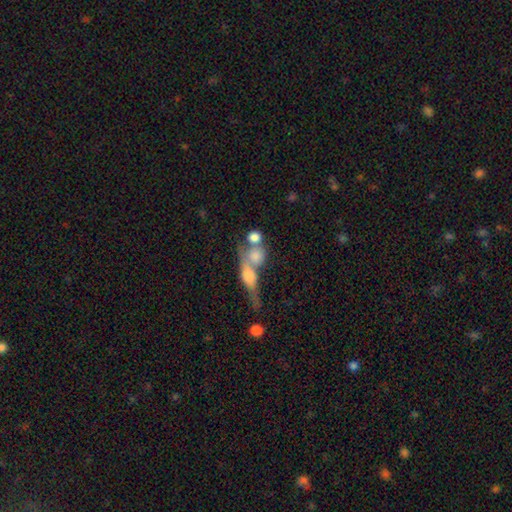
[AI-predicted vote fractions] smooth 70%, featured or disk 20%, star or artifact 10%. Down the decision tree: how rounded — round (63%); merging — merger (52%).